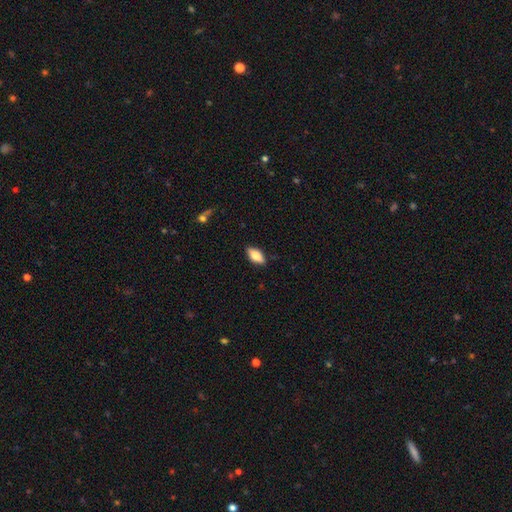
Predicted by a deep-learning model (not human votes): A smooth galaxy with no disk features (78%) that is in between round and cigar-shaped (87%). Merging: none (86%).